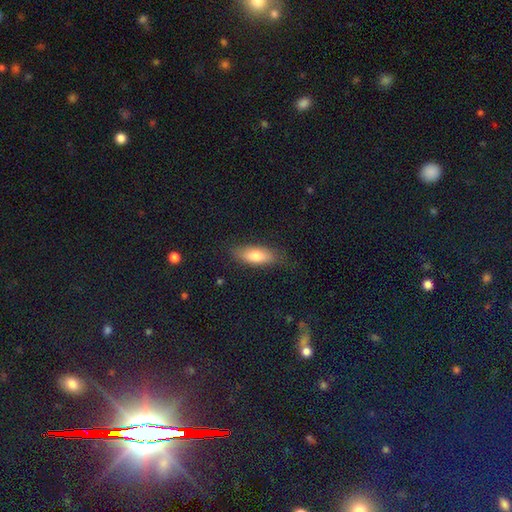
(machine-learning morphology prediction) This appears to be a smooth galaxy with no disk features (77%) that is in between round and cigar-shaped (73%). Merging: none (79%).